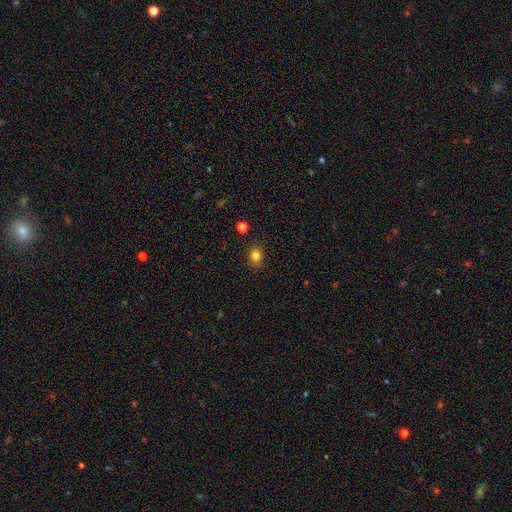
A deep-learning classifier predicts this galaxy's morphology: This appears to be a smooth galaxy with no disk features (82%) that is round (60%). Merging: none (88%).